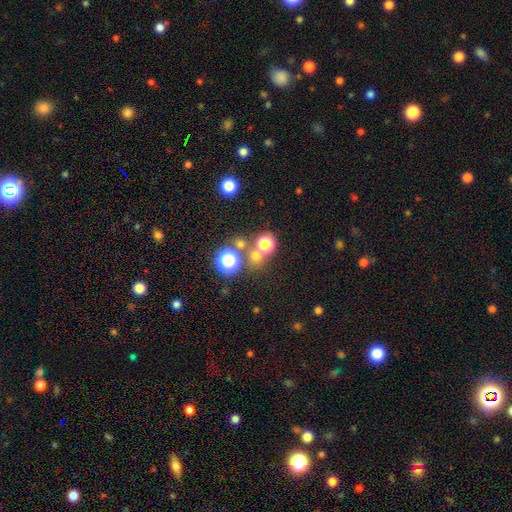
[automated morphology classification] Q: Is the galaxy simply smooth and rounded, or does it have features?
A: smooth — 62%.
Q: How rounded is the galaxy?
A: round — 87%.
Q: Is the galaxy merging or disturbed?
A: none — 64%.